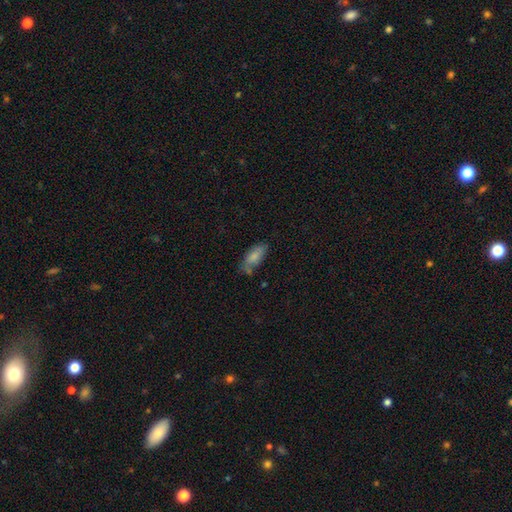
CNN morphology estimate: smooth-or-featured: smooth: 65% | featured or disk: 23% | star or artifact: 12%
  how-rounded: in between: 75% | cigar-shaped: 22% | round: 3%
  merging: none: 65% | minor disturbance: 23% | major disturbance: 6% | merger: 6%